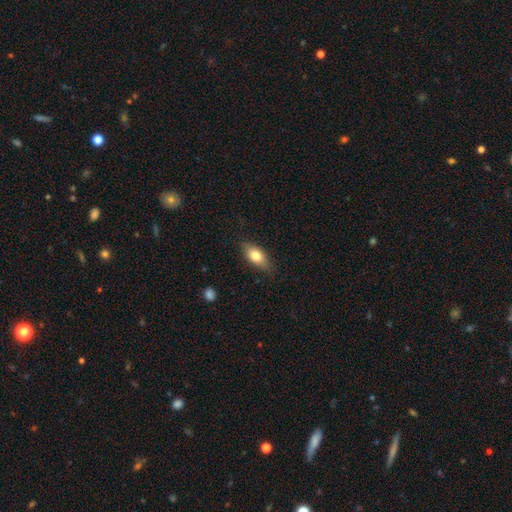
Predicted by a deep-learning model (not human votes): Q: Smooth or featured?
A: smooth (76%); runner-up: featured or disk (17%)
Q: How rounded?
A: in between (82%); runner-up: cigar-shaped (11%)
Q: Merging?
A: none (81%); runner-up: minor disturbance (15%)